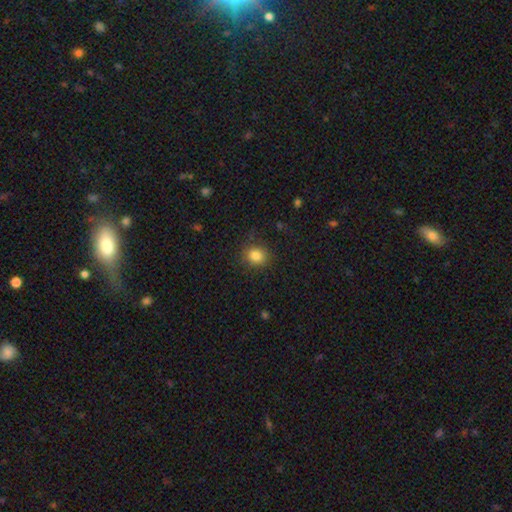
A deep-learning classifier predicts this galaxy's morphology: A smooth galaxy with no disk features (84%) that is round (68%). Merging: none (86%).